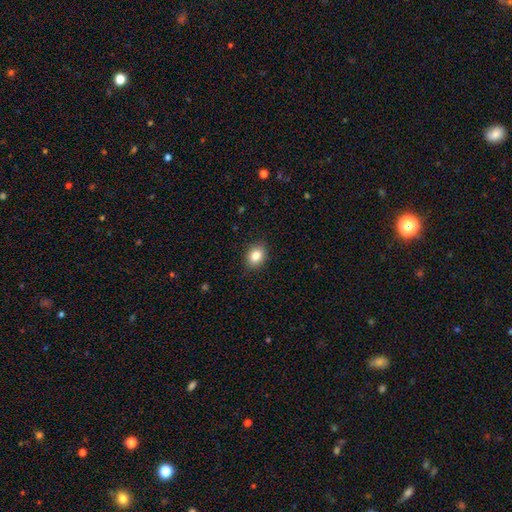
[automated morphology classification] Smooth or featured? smooth (83%)
How rounded? in between (55%)
Merging? none (88%)